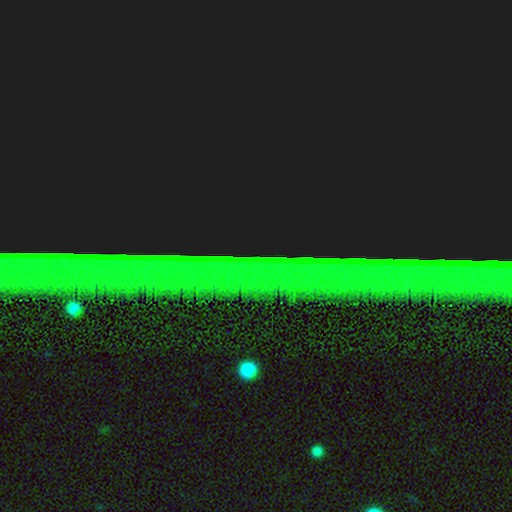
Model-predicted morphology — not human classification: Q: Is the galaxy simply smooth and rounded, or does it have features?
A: star or artifact — 80%.